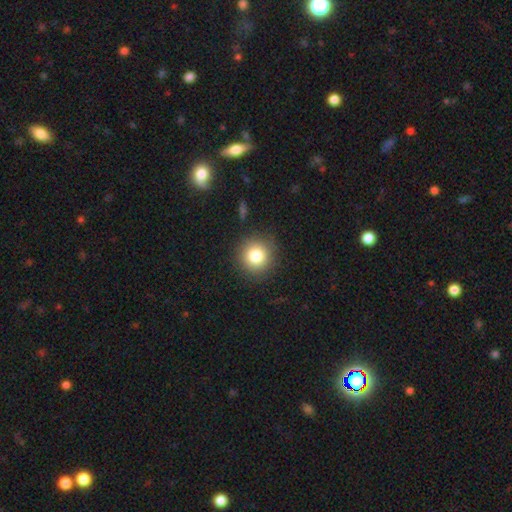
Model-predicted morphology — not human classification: type=smooth (81%); roundness=round (93%); merging=none (88%).